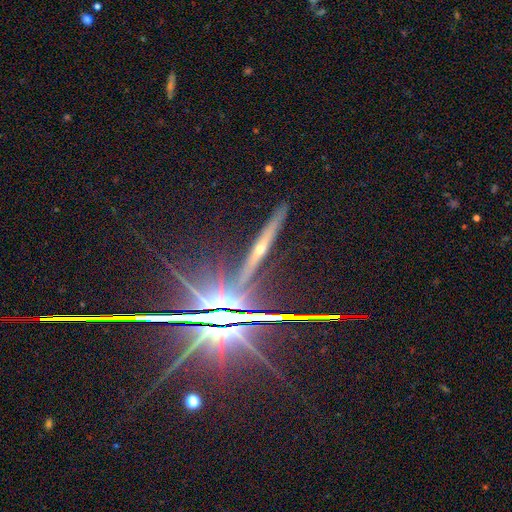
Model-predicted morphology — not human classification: A featured or disk galaxy (49%).

Vote fractions:
- Smooth or featured? featured or disk: 49% / star or artifact: 41% / smooth: 10%
- Merging? none: 83% / minor disturbance: 10% / major disturbance: 4% / merger: 4%